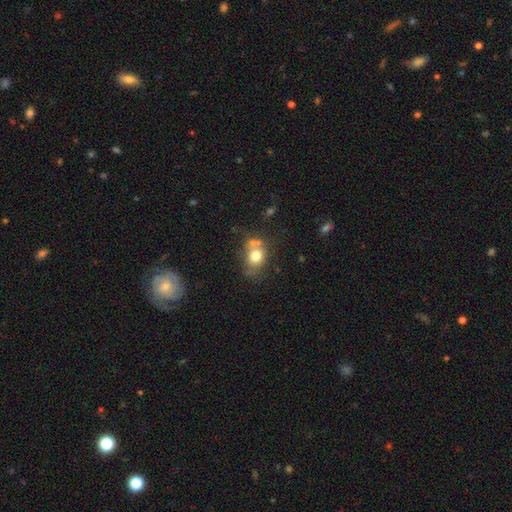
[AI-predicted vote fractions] This is likely a smooth galaxy (72%). How rounded: possibly round (52%). Merging: possibly none (47%).